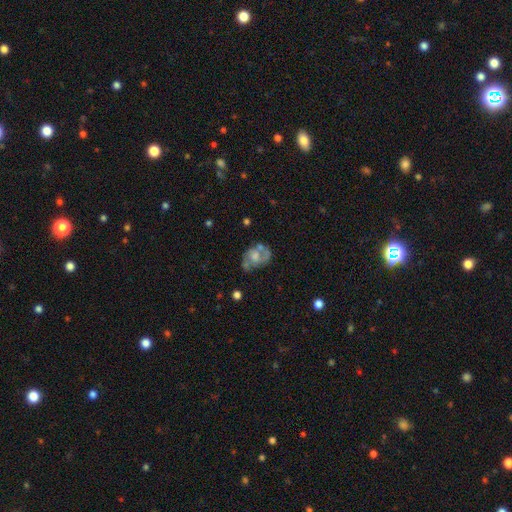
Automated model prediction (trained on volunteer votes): This appears to be a featured or disk galaxy (56%) with no bar (78%), no spiral arms (56%) and a moderate central bulge (43%). Merging: none (42%).